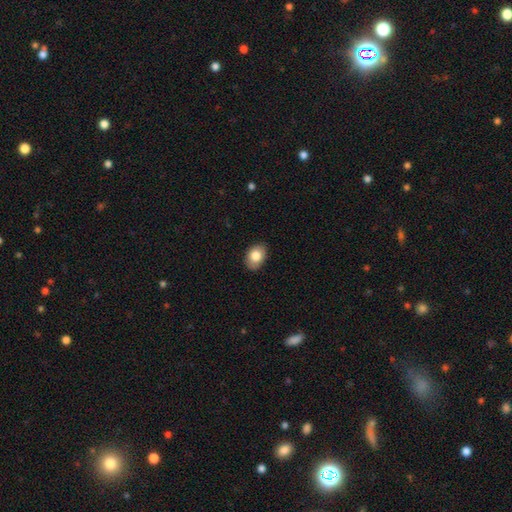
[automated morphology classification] The model was most divided on "how rounded": in between: 78%, round: 21%, cigar-shaped: 1%. More confident: merging — none (86%); smooth or featured — smooth (82%).